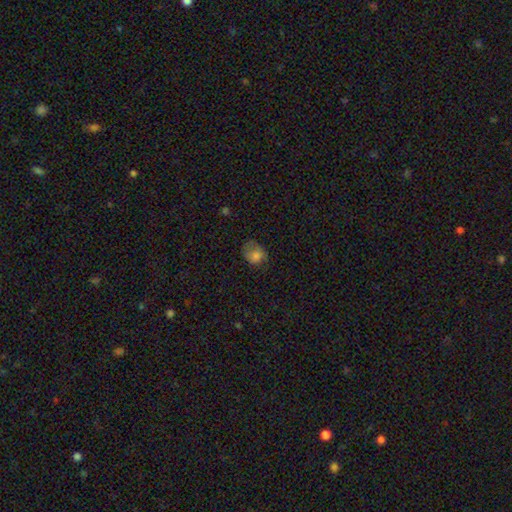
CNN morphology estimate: This appears to be a smooth galaxy with no disk features (76%) that is round (56%). Merging: none (46%).